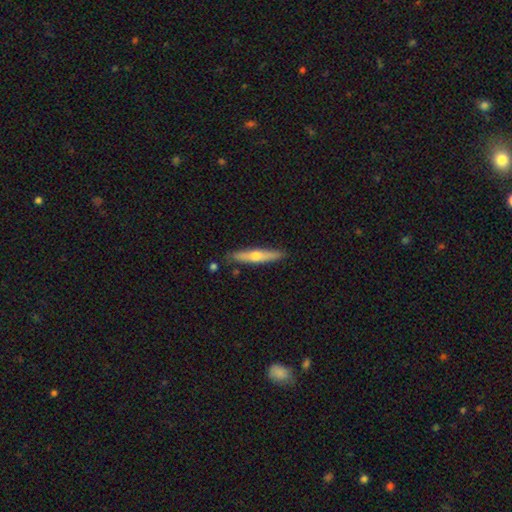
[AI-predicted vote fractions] Morphology: type=smooth (48%); merging=none (86%).